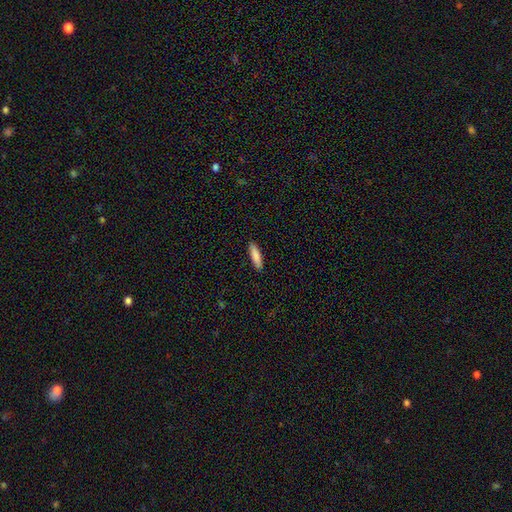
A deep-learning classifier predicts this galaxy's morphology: This appears to be a smooth galaxy with no disk features (85%) that is cigar-shaped (71%). Merging: none (91%).